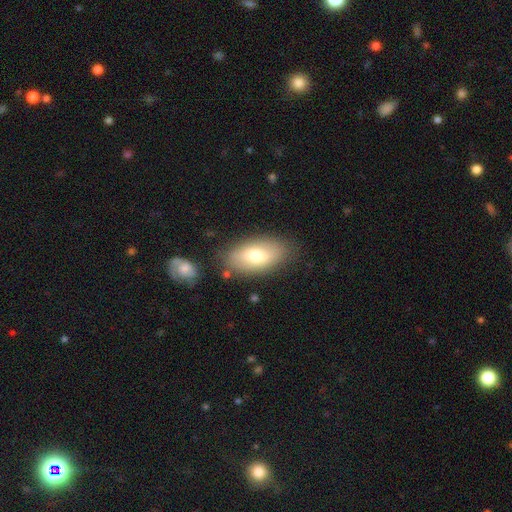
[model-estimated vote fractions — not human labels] Morphology: type=smooth (73%); roundness=in between (92%); merging=none (79%).